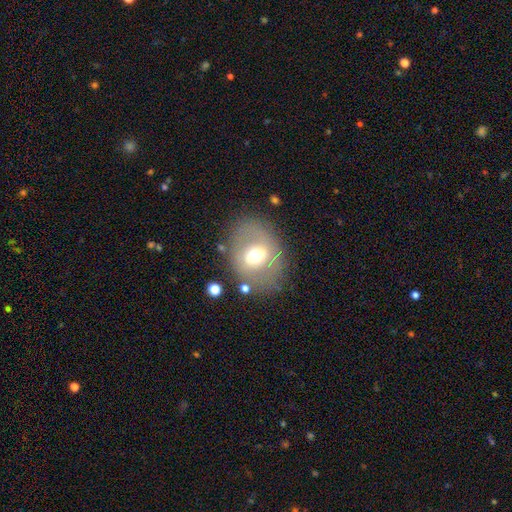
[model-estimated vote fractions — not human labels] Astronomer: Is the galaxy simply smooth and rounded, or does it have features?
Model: smooth — 46% (runner-up: featured or disk, 44%).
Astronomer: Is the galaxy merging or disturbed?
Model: none — 69%.